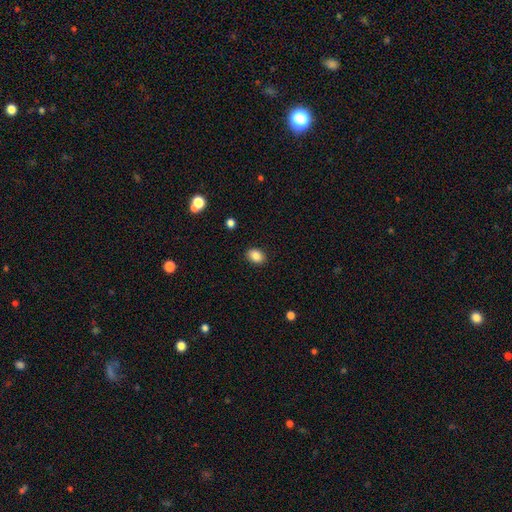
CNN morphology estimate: The model was most divided on "how rounded": in between: 71%, round: 28%, cigar-shaped: 1%. More confident: merging — none (89%); smooth or featured — smooth (86%).